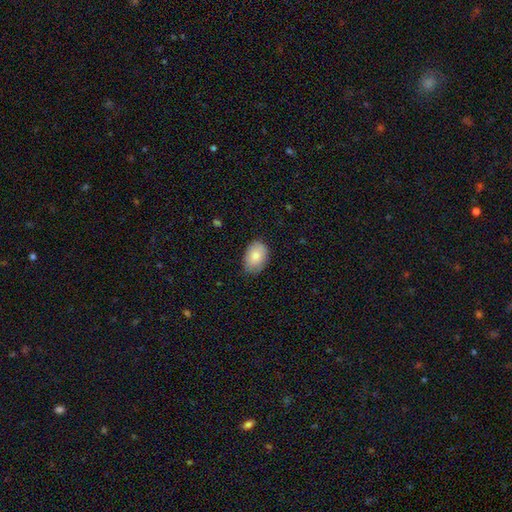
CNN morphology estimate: type=smooth (83%); roundness=in between (85%); merging=none (79%).